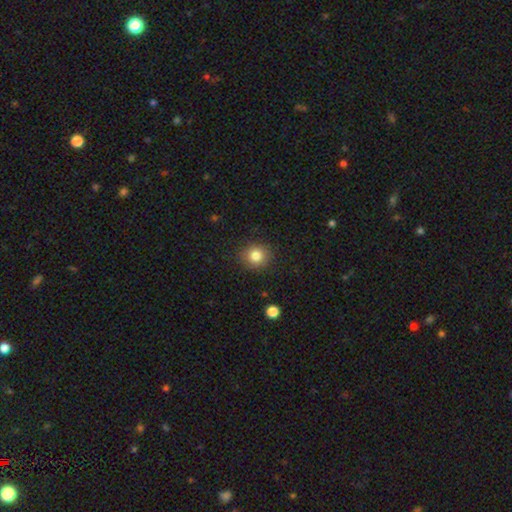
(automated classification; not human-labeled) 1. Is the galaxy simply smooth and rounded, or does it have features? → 83% smooth, 11% star or artifact, 7% featured or disk.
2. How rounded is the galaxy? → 86% round, 13% in between, 1% cigar-shaped.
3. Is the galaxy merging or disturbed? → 88% none, 8% minor disturbance, 3% major disturbance, 1% merger.